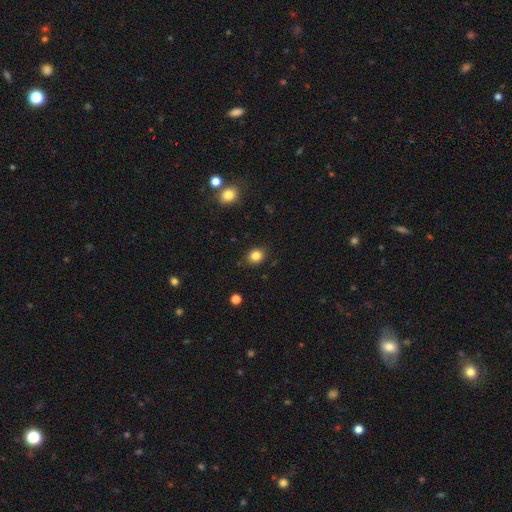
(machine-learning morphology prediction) The model was most divided on "how rounded": round: 70%, in between: 29%, cigar-shaped: 1%. More confident: merging — none (88%); smooth or featured — smooth (84%).